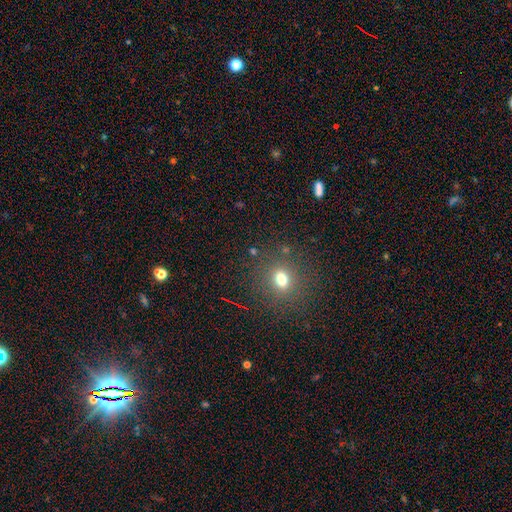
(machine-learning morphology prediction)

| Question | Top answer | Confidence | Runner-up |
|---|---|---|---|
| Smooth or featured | smooth | 58% | star or artifact (34%) |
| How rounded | round | 88% | in between (10%) |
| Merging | none | 89% | minor disturbance (6%) |